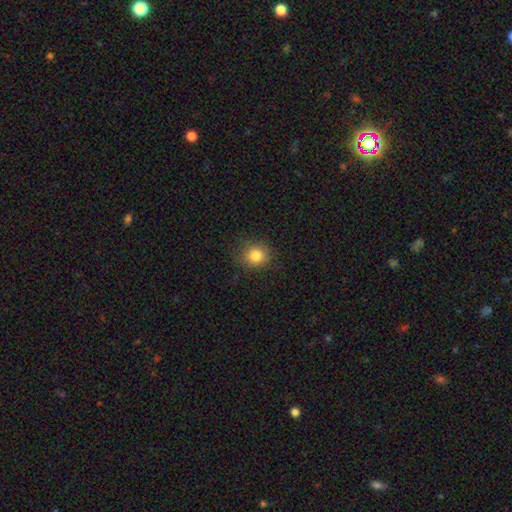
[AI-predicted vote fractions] smooth-or-featured: smooth: 83% | star or artifact: 11% | featured or disk: 6%
  how-rounded: round: 86% | in between: 13% | cigar-shaped: 1%
  merging: none: 85% | minor disturbance: 11% | major disturbance: 3% | merger: 1%